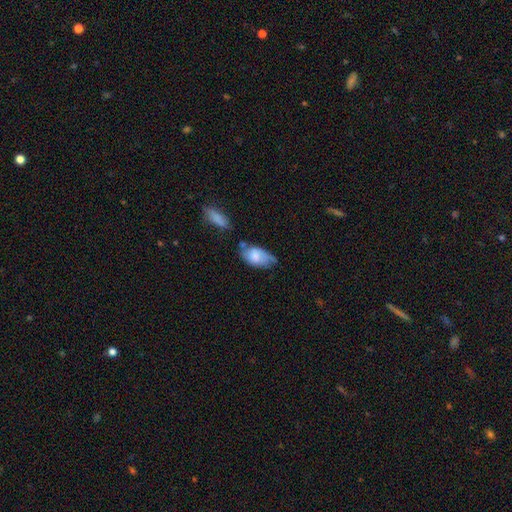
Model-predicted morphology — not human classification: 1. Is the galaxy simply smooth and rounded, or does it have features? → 73% smooth, 21% featured or disk, 7% star or artifact.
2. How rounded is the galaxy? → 92% in between, 5% round, 3% cigar-shaped.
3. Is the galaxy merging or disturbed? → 37% none, 35% minor disturbance, 15% merger, 12% major disturbance.